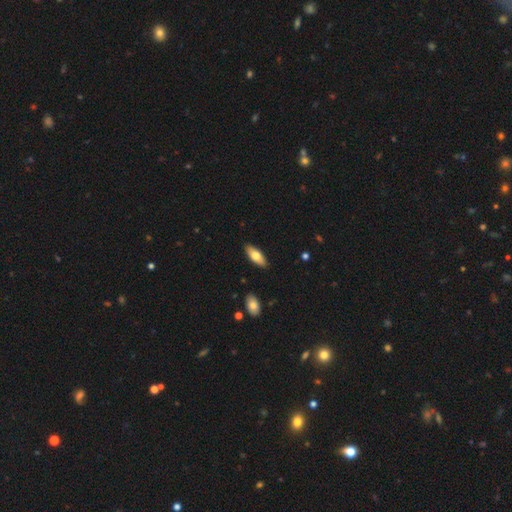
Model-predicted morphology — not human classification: The model was most divided on "smooth or featured": smooth: 71%, featured or disk: 23%, star or artifact: 6%. More confident: merging — none (88%); how rounded — in between (78%).